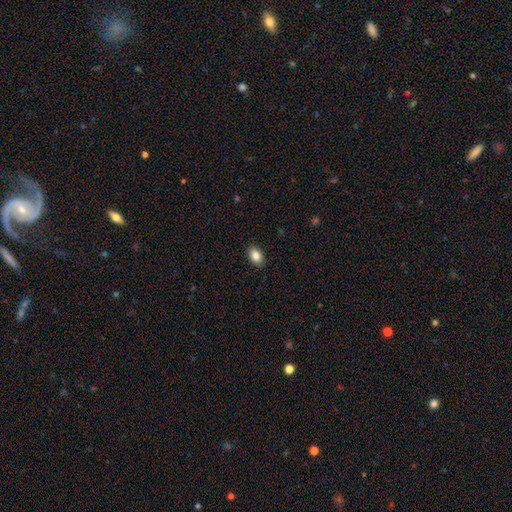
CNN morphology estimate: smooth 85%, star or artifact 8%, featured or disk 7%. Down the decision tree: how rounded — in between (87%); merging — none (88%).